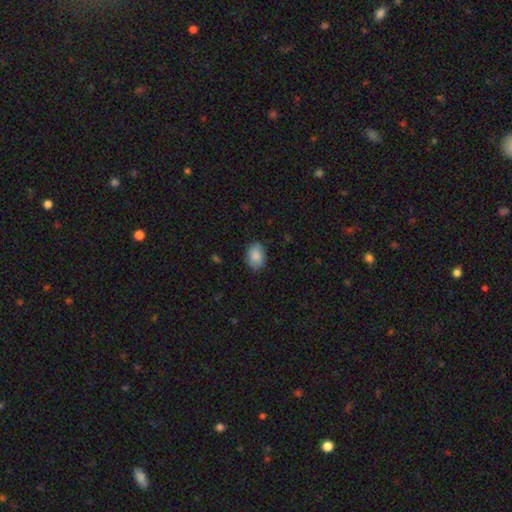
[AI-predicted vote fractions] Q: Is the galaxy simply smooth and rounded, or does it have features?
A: smooth — 87%.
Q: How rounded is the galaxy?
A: in between — 77%.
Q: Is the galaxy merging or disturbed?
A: none — 83%.